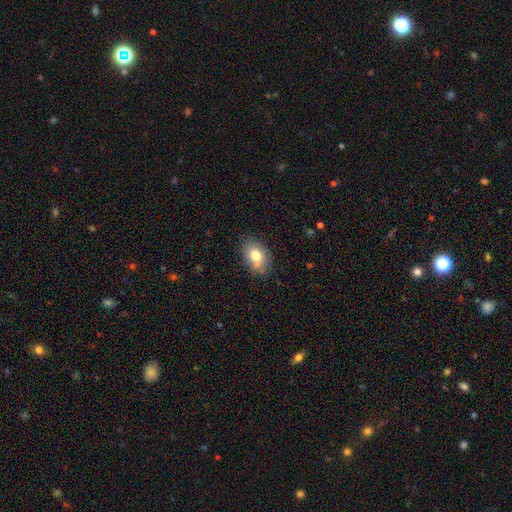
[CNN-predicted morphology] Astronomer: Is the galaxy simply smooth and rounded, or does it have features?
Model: smooth — 76%.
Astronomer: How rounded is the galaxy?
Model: in between — 83%.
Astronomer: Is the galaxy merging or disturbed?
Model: none — 68%.